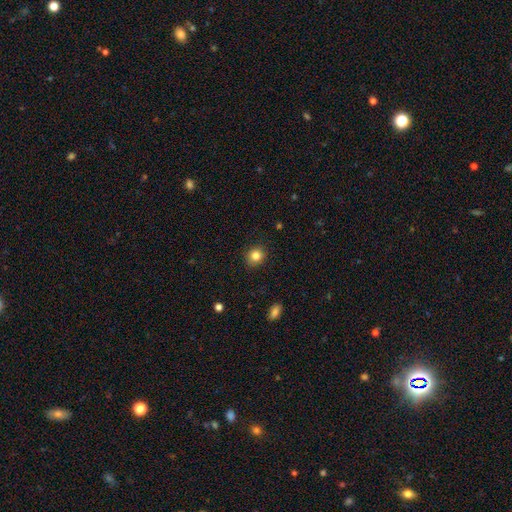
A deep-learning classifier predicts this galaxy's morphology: Smooth or featured?
  - smooth: 83% *
  - star or artifact: 11%
  - featured or disk: 5%
How rounded?
  - round: 82% *
  - in between: 17%
  - cigar-shaped: 1%
Merging?
  - none: 89% *
  - minor disturbance: 8%
  - major disturbance: 2%
  - merger: 1%